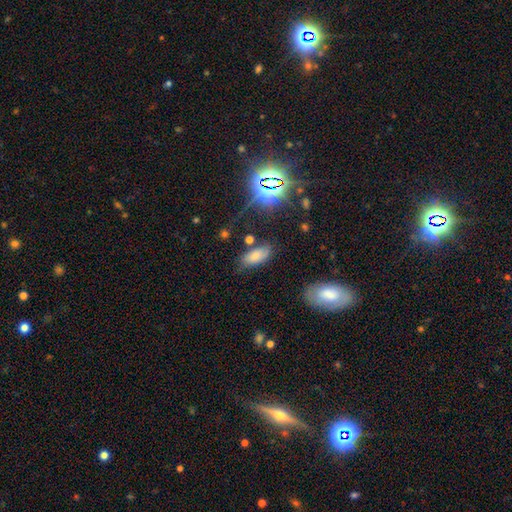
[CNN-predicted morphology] Smooth or featured? Predicted: smooth (p=0.72). How rounded? Predicted: in between (p=0.88). Merging? Predicted: none (p=0.70).